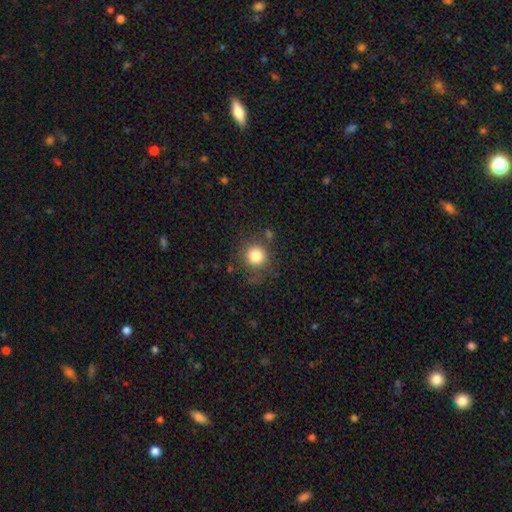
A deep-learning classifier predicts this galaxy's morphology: A smooth galaxy with no disk features (82%) that is round (91%). Merging: none (75%).